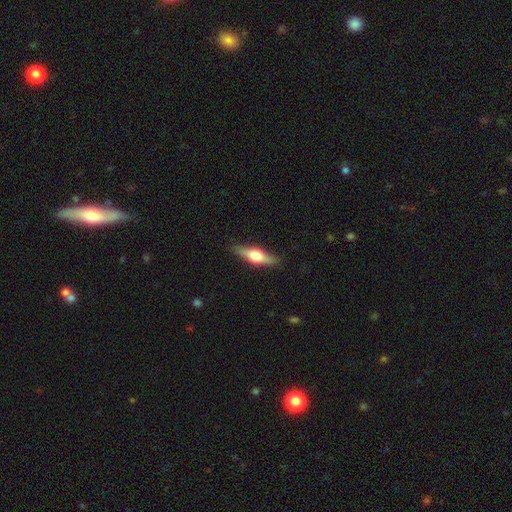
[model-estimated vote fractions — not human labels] Q: Smooth or featured?
A: featured or disk (56%); runner-up: smooth (38%)
Q: Edge-on disk?
A: yes (94%); runner-up: no (6%)
Q: Edge-on bulge?
A: rounded (92%); runner-up: boxy (6%)
Q: Merging?
A: none (86%); runner-up: minor disturbance (11%)